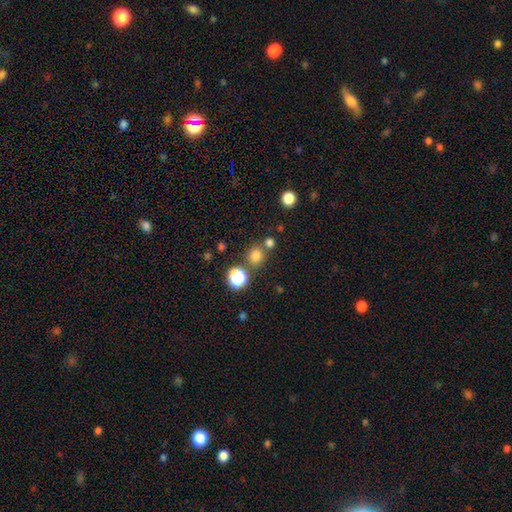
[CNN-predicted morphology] A smooth galaxy with no disk features (76%) that is round (87%). Merging: none (72%).